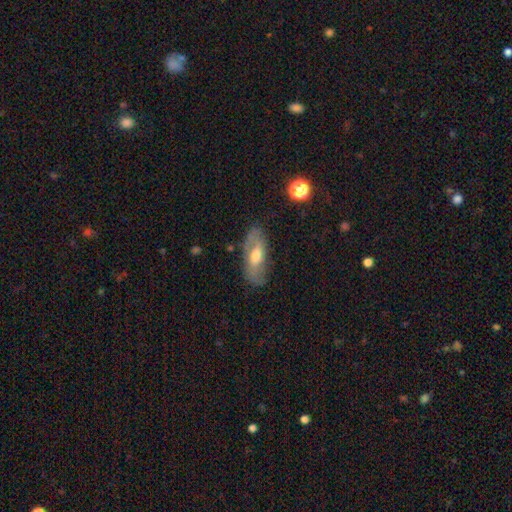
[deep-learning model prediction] smooth-or-featured: featured or disk: 52% | smooth: 40% | star or artifact: 7%
  disk-edge-on: no: 80% | yes: 20%
  merging: none: 74% | minor disturbance: 18% | major disturbance: 6% | merger: 2%